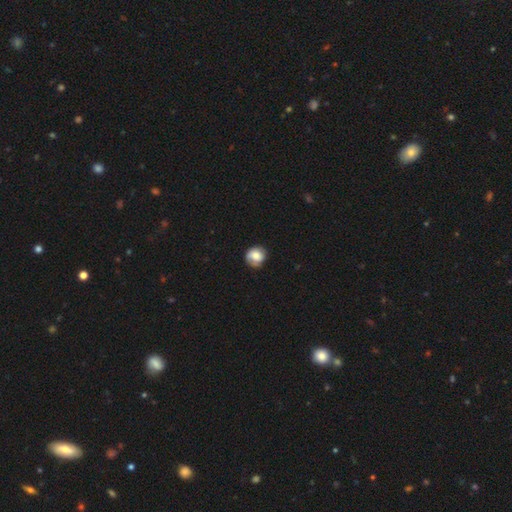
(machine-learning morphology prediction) Smooth or featured?
  - smooth: 65% *
  - featured or disk: 27%
  - star or artifact: 8%
How rounded?
  - round: 84% *
  - in between: 15%
  - cigar-shaped: 1%
Merging?
  - none: 70% *
  - minor disturbance: 22%
  - major disturbance: 6%
  - merger: 1%